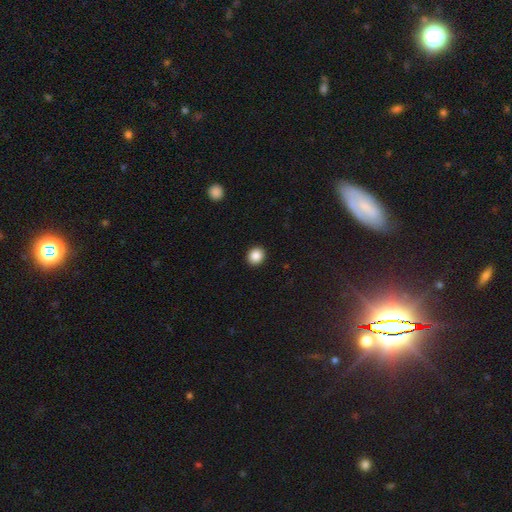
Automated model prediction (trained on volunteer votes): Smooth or featured? smooth (88%)
How rounded? round (77%)
Merging? none (92%)